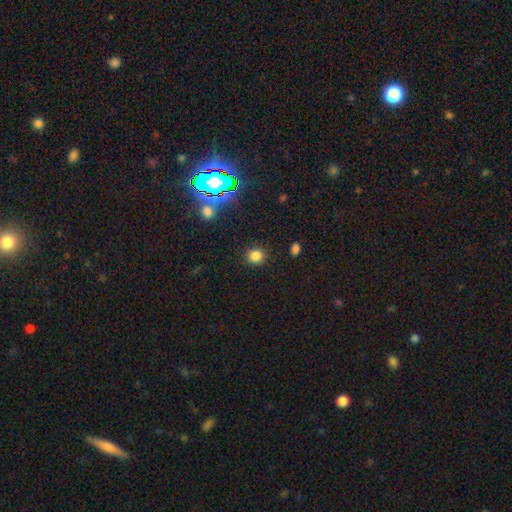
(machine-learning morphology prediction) A smooth galaxy with no disk features (81%) that is round (85%).

Vote fractions:
- Smooth or featured? smooth: 81% / star or artifact: 15% / featured or disk: 5%
- How rounded? round: 85% / in between: 14% / cigar-shaped: 1%
- Merging? none: 88% / minor disturbance: 7% / major disturbance: 3% / merger: 2%